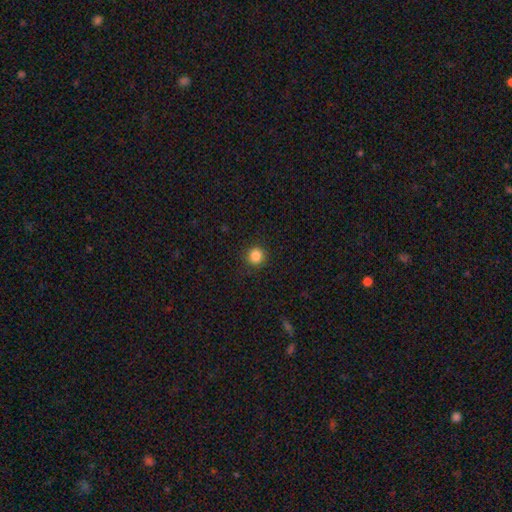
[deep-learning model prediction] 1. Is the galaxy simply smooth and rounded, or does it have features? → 85% smooth, 11% star or artifact, 3% featured or disk.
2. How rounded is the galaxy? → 93% round, 6% in between, 1% cigar-shaped.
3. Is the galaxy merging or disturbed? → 89% none, 7% minor disturbance, 2% major disturbance, 1% merger.